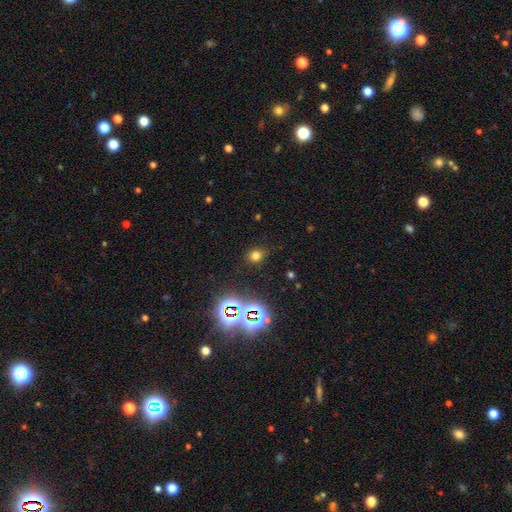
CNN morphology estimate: The model was most divided on "smooth or featured": smooth: 69%, star or artifact: 25%, featured or disk: 6%. More confident: merging — none (84%); how rounded — round (73%).